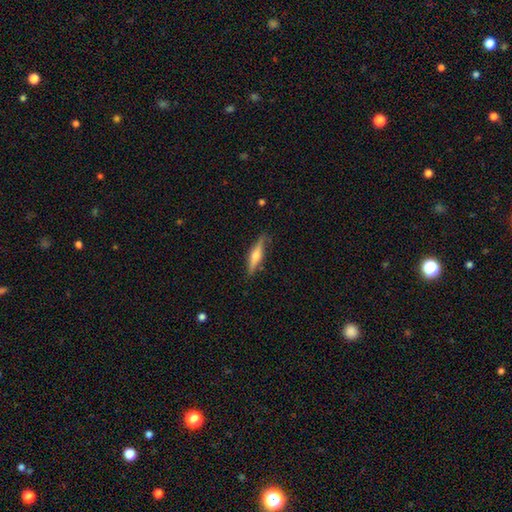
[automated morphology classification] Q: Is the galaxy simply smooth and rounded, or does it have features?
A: featured or disk — 60%.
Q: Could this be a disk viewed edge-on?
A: yes — 96%.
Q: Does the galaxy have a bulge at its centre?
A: rounded — 91%.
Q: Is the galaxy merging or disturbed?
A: none — 86%.